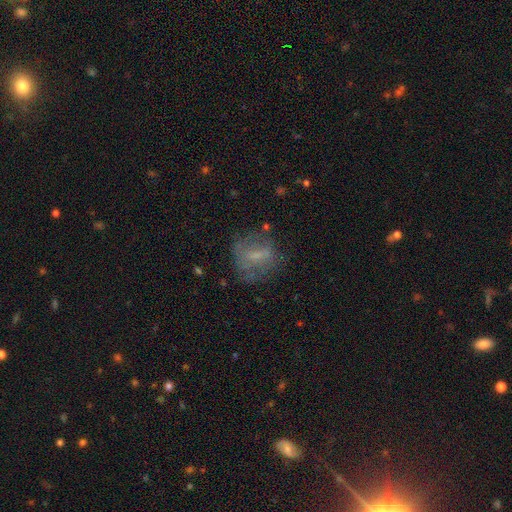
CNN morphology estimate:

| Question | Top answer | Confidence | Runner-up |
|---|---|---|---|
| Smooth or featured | smooth | 44% | featured or disk (43%) |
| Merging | none | 59% | minor disturbance (21%) |